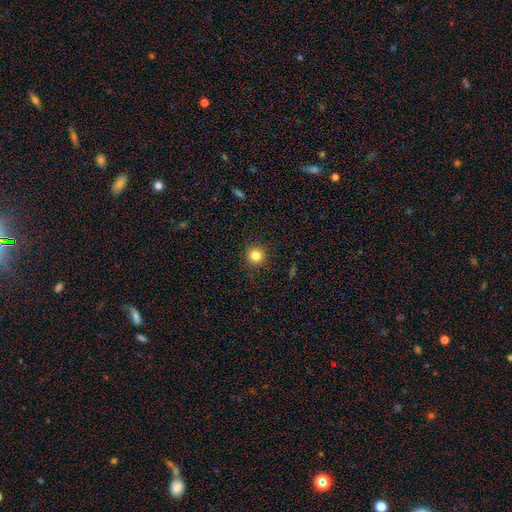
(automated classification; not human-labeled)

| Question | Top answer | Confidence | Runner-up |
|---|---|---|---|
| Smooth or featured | smooth | 83% | star or artifact (12%) |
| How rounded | round | 94% | in between (5%) |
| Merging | none | 91% | minor disturbance (5%) |